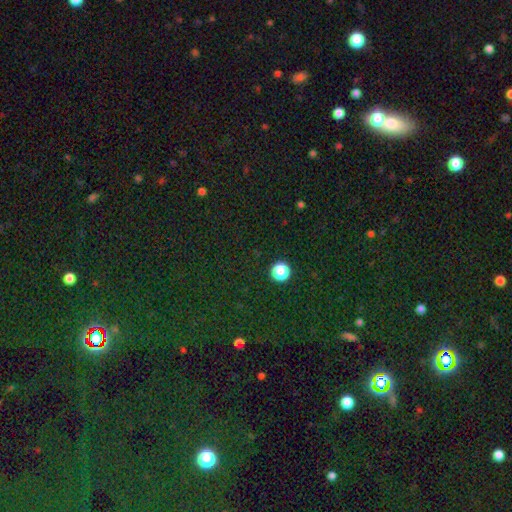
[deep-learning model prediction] This appears to be a star or artifact, not a galaxy (71%).